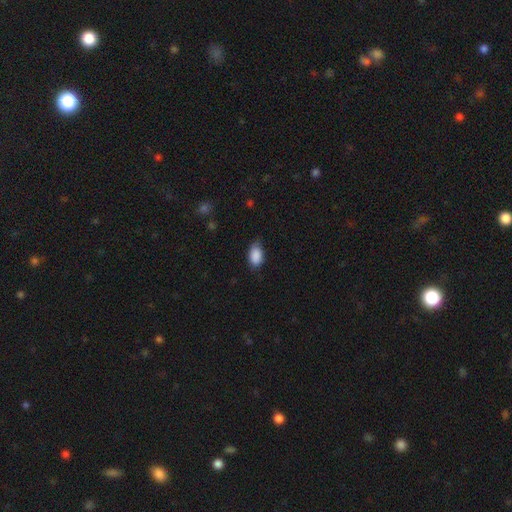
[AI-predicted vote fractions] The model was most divided on "merging": none: 62%, minor disturbance: 31%, major disturbance: 5%, merger: 1%. More confident: how rounded — in between (89%); smooth or featured — smooth (88%).